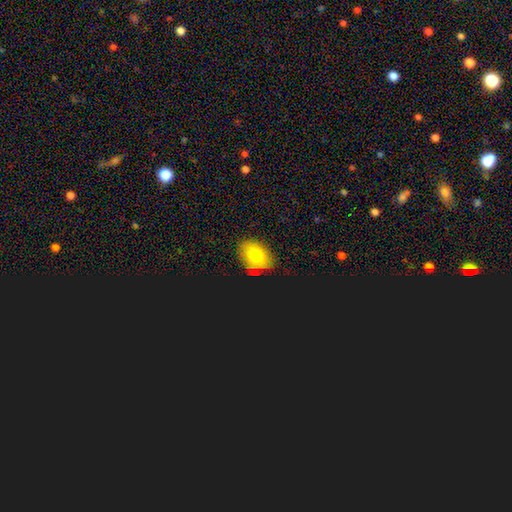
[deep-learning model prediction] This is likely a smooth galaxy (74%). How rounded: likely in between (77%). Merging: clearly none (83%).